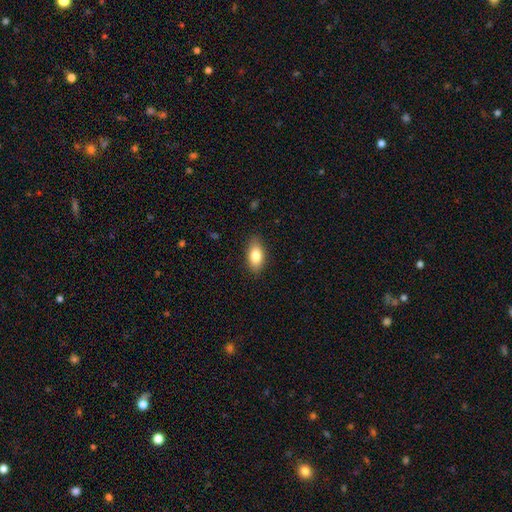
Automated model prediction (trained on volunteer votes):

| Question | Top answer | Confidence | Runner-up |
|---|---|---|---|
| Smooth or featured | smooth | 83% | featured or disk (10%) |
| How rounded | in between | 90% | cigar-shaped (6%) |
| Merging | none | 85% | minor disturbance (12%) |